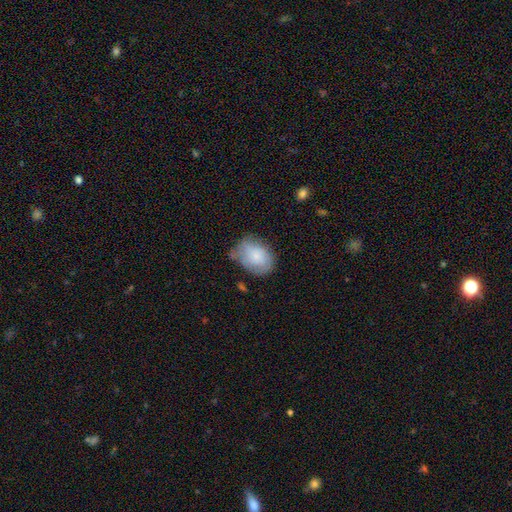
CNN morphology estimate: smooth 76%, featured or disk 17%, star or artifact 7%. Down the decision tree: how rounded — in between (74%); merging — none (52%).